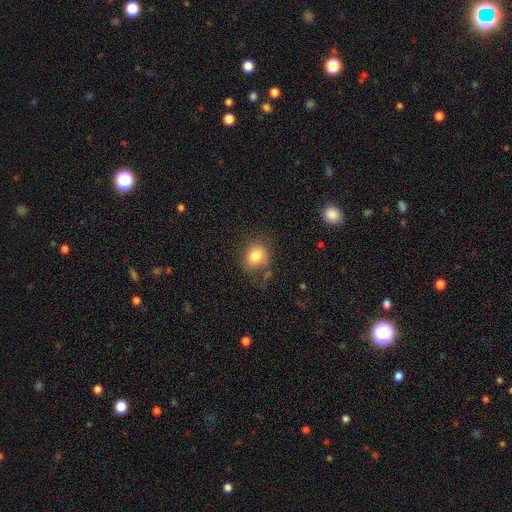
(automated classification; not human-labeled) Q: Smooth or featured?
A: smooth (80%); runner-up: star or artifact (10%)
Q: How rounded?
A: round (61%); runner-up: in between (38%)
Q: Merging?
A: none (68%); runner-up: minor disturbance (19%)